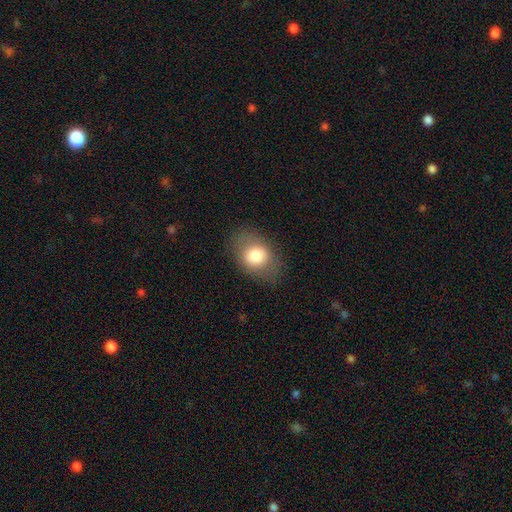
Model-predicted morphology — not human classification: Q: Smooth or featured?
A: smooth (76%); runner-up: featured or disk (15%)
Q: How rounded?
A: in between (64%); runner-up: round (35%)
Q: Merging?
A: none (79%); runner-up: minor disturbance (13%)